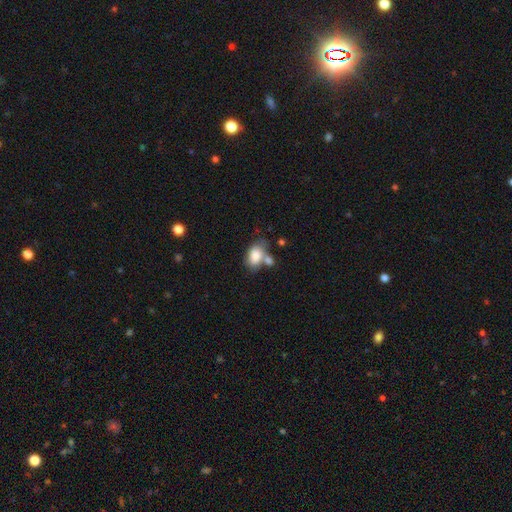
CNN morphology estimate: This is clearly a smooth galaxy (82%). How rounded: clearly in between (86%). Merging: marginally none (40%).